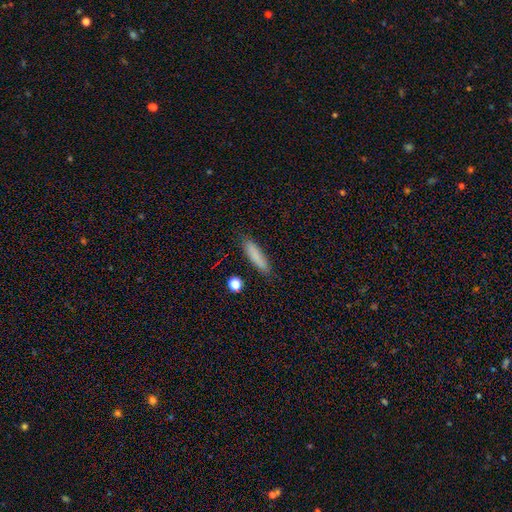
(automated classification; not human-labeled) This appears to be a smooth galaxy with no disk features (83%) that is cigar-shaped (76%). Merging: none (85%).